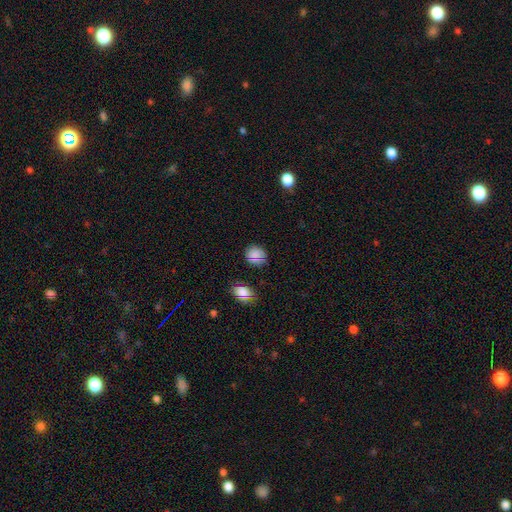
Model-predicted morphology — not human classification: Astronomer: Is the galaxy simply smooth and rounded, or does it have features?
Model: smooth — 74%.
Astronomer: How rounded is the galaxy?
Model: round — 75%.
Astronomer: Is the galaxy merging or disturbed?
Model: none — 82%.